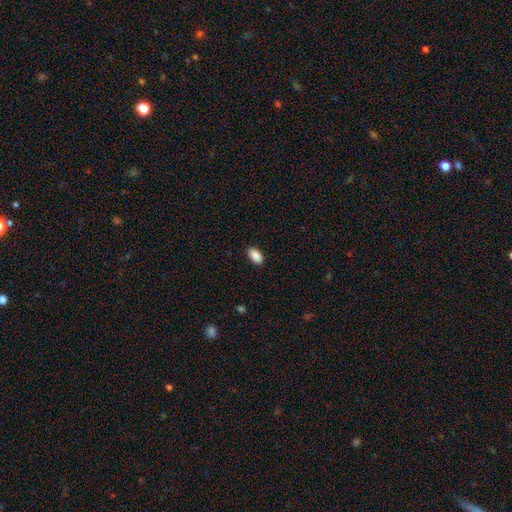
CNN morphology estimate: Smooth or featured? smooth (90%)
How rounded? in between (94%)
Merging? none (89%)